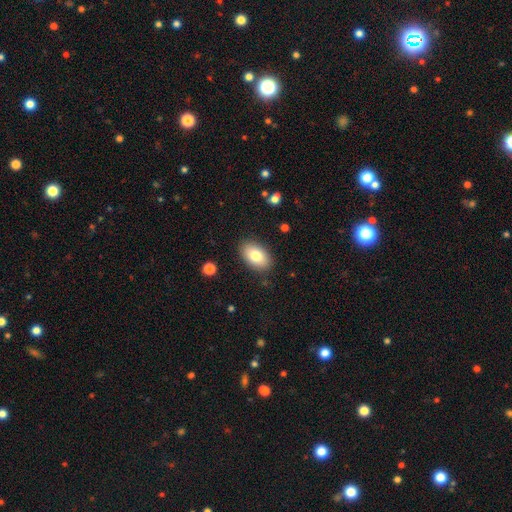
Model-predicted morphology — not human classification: Smooth or featured? Predicted: smooth (p=0.79). How rounded? Predicted: in between (p=0.91). Merging? Predicted: none (p=0.87).